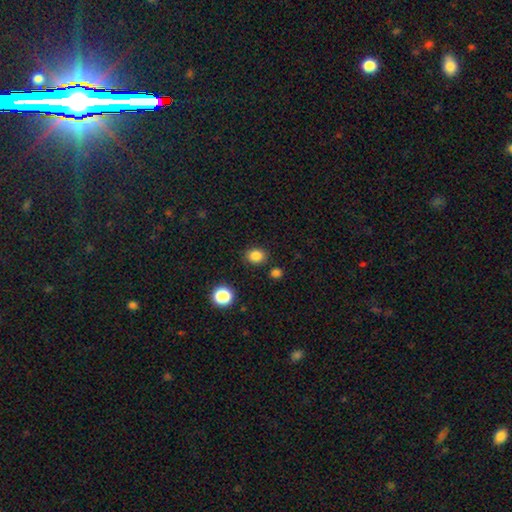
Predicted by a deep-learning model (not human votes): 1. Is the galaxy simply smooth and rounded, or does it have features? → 84% smooth, 12% star or artifact, 4% featured or disk.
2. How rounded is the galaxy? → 59% round, 41% in between, 1% cigar-shaped.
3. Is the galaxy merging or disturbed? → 83% none, 10% minor disturbance, 4% merger, 3% major disturbance.